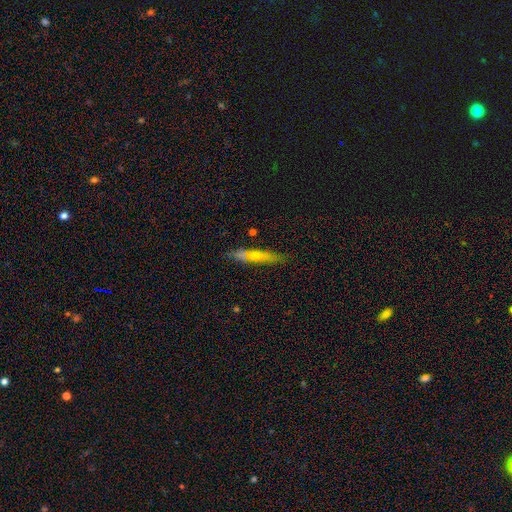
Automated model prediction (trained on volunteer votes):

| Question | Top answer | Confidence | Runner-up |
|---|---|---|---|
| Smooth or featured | smooth | 50% | featured or disk (42%) |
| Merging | none | 73% | minor disturbance (17%) |